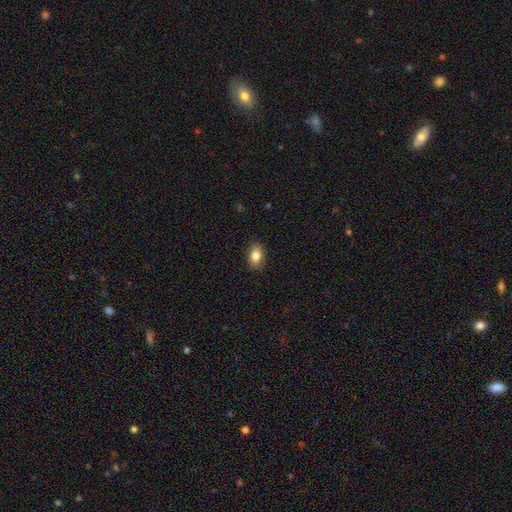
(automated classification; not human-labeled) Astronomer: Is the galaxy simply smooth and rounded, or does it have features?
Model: smooth — 83%.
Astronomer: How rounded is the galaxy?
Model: in between — 81%.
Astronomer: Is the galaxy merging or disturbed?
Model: none — 83%.